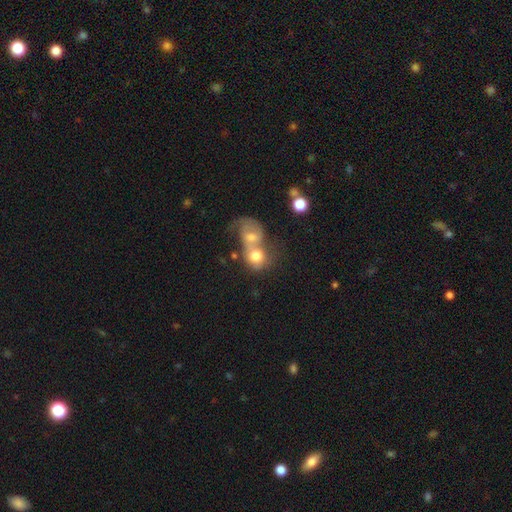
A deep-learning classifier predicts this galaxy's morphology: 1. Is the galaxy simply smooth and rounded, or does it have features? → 65% smooth, 26% featured or disk, 9% star or artifact.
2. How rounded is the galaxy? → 61% round, 38% in between, 1% cigar-shaped.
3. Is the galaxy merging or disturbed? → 76% merger, 12% none, 7% major disturbance, 5% minor disturbance.